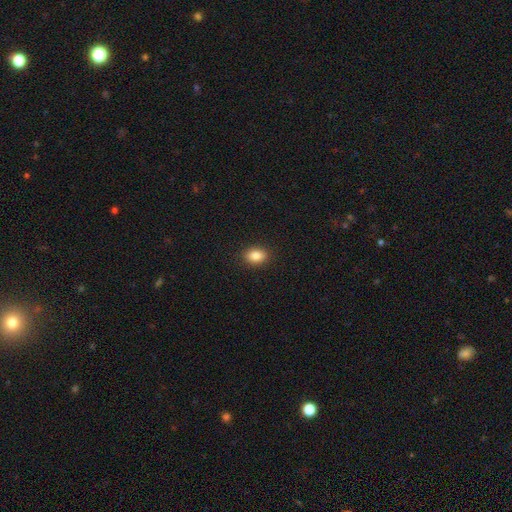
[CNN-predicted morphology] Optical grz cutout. It shows a smooth galaxy with no disk features (85%) that is in between round and cigar-shaped (75%). Merging: none (90%).